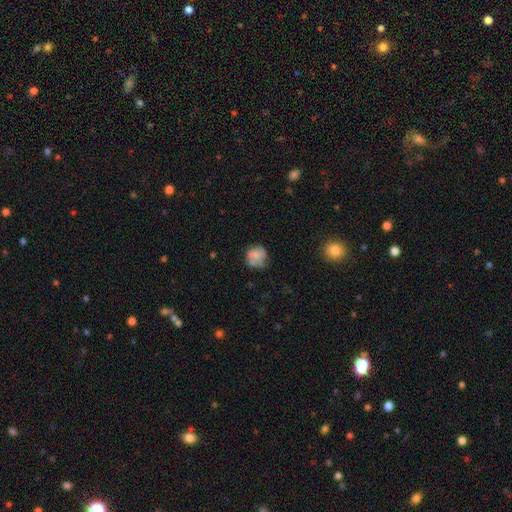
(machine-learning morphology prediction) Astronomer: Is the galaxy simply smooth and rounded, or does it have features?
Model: smooth — 59%.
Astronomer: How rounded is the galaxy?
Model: round — 74%.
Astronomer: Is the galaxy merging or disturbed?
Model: none — 51%.